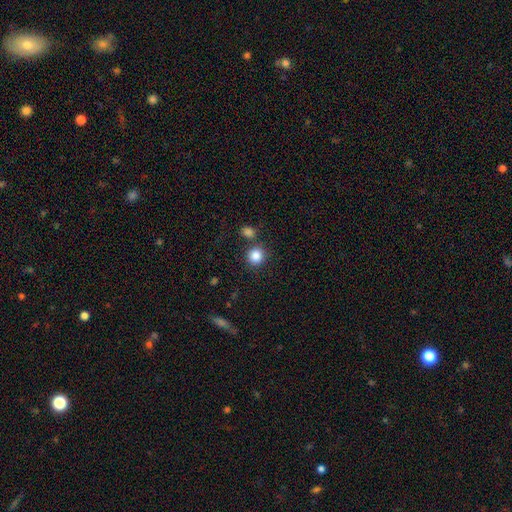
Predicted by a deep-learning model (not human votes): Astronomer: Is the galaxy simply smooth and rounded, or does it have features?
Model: smooth — 86%.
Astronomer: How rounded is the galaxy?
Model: round — 89%.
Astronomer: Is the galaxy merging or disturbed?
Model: none — 75%.